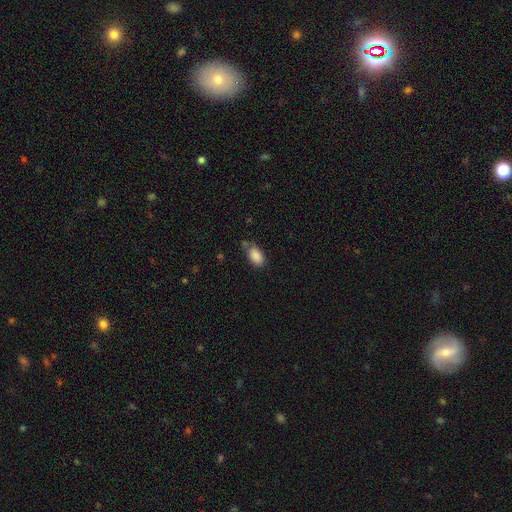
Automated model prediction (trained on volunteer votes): Overall: smooth (87%). How rounded: in between (93%). Merging: none (61%; minor disturbance 27%).